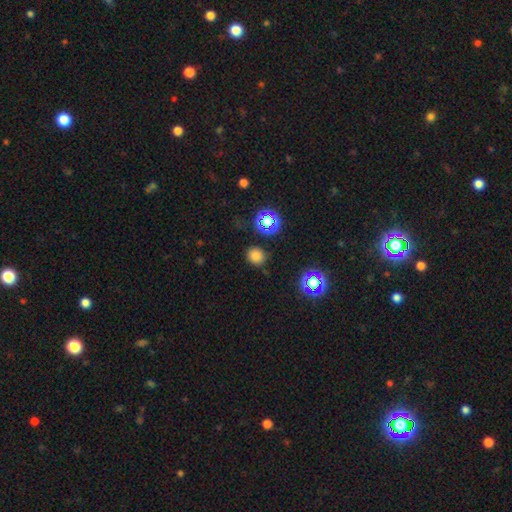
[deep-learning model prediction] smooth-or-featured: smooth: 73% | star or artifact: 21% | featured or disk: 6%
  how-rounded: round: 85% | in between: 14% | cigar-shaped: 1%
  merging: none: 84% | minor disturbance: 11% | major disturbance: 3% | merger: 3%